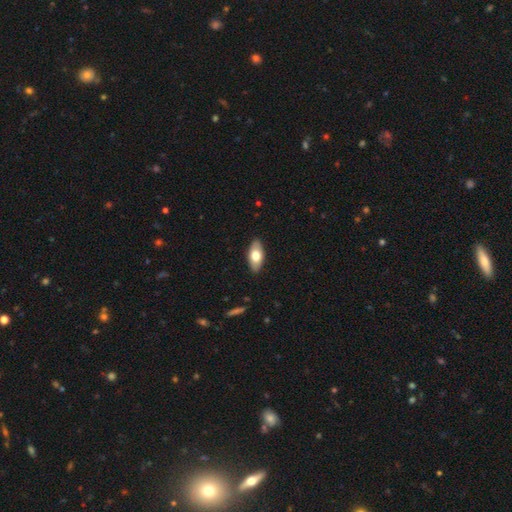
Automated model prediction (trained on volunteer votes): Overall: smooth (69%). How rounded: in between (90%). Merging: none (88%).